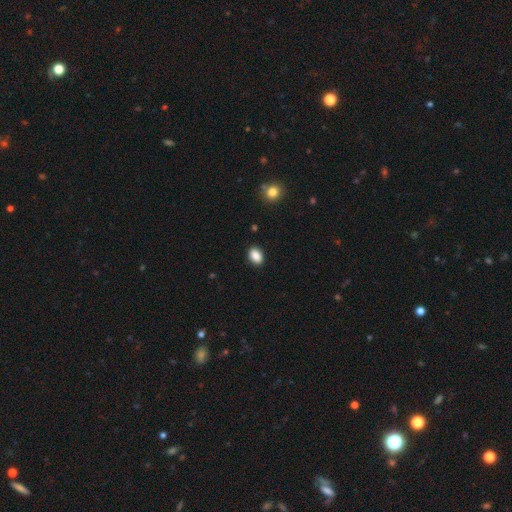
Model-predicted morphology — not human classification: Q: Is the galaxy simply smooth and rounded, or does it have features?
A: smooth — 88%.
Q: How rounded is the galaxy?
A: in between — 82%.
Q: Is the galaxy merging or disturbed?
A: none — 90%.